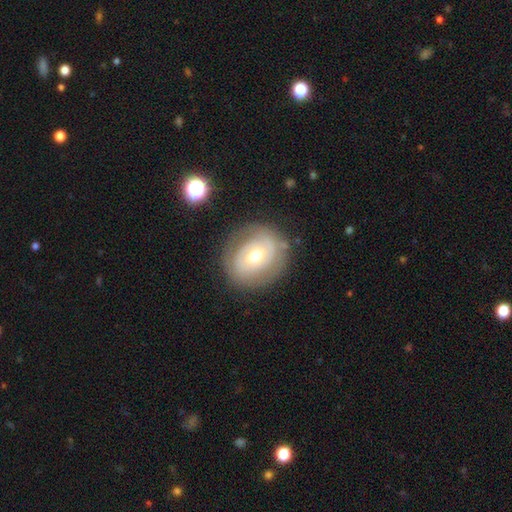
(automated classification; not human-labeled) The model was most divided on "spiral arms": yes: 52%, no: 48%. More confident: edge-on disk — no (96%); merging — none (75%); bulge size — moderate (65%); bar — no (61%); smooth or featured — featured or disk (57%).